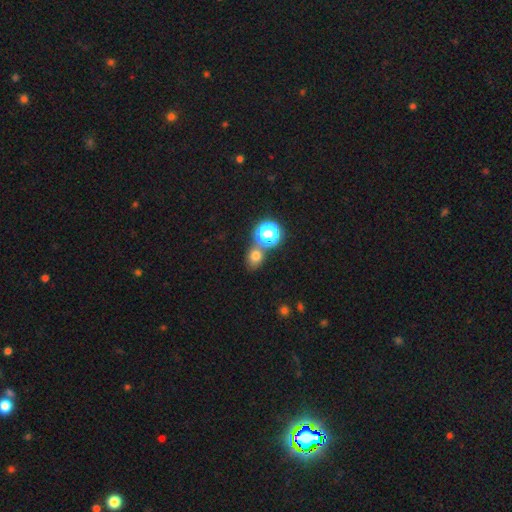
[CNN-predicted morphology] A smooth galaxy with no disk features (71%) that is round (62%). Merging: none (65%).